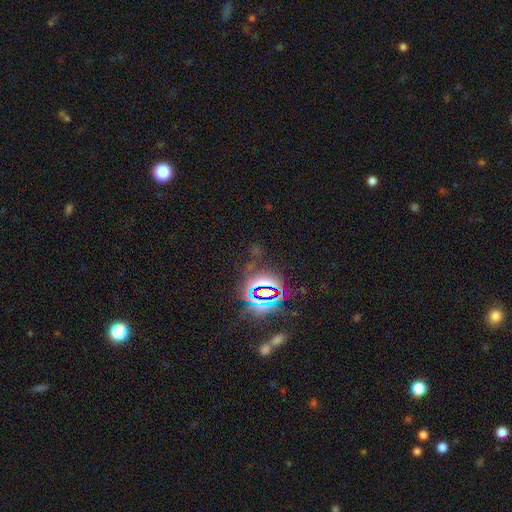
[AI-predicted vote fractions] Smooth or featured: star or artifact — 81% (smooth — 10%)